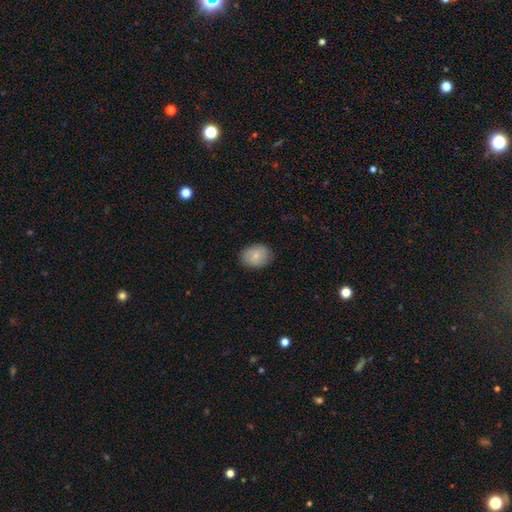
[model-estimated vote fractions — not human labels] smooth-or-featured: smooth: 82% | featured or disk: 11% | star or artifact: 7%
  how-rounded: in between: 58% | round: 41% | cigar-shaped: 1%
  merging: none: 84% | minor disturbance: 12% | major disturbance: 3% | merger: 1%